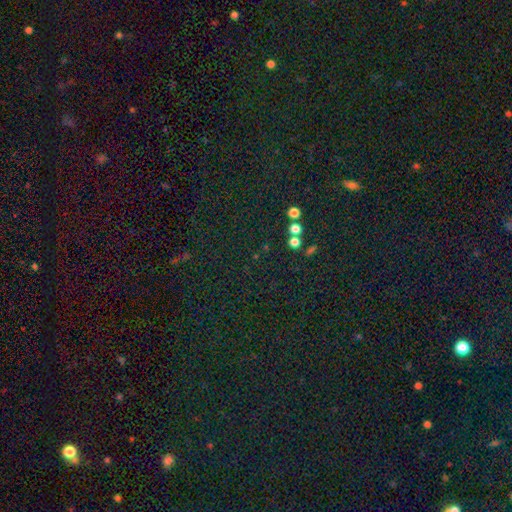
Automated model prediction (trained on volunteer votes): A star or artifact, not a galaxy (79%).